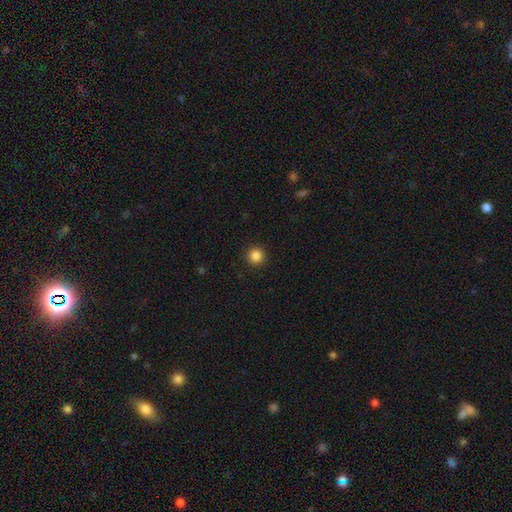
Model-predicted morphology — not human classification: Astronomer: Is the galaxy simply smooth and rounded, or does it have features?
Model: smooth — 86%.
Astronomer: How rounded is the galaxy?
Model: round — 95%.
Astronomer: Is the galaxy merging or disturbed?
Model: none — 92%.